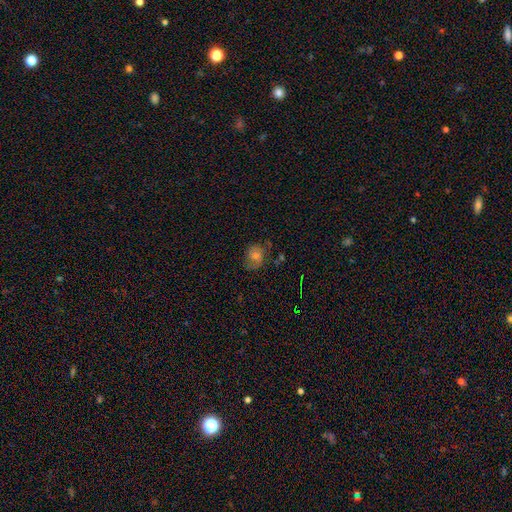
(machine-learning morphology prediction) smooth-or-featured: smooth: 44% | featured or disk: 39% | star or artifact: 17%
  merging: none: 63% | minor disturbance: 22% | major disturbance: 12% | merger: 3%